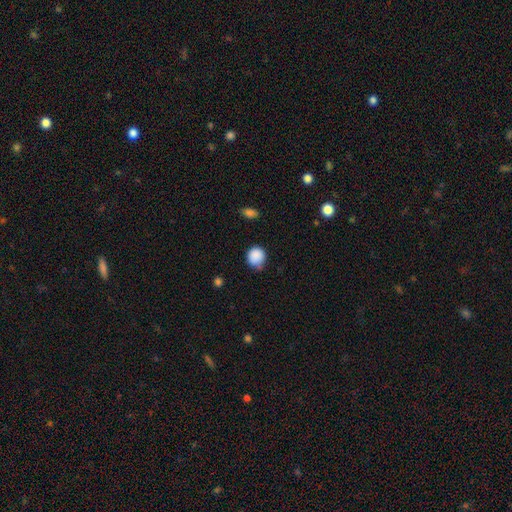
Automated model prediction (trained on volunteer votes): A smooth galaxy with no disk features (88%) that is round (87%). Merging: none (66%).